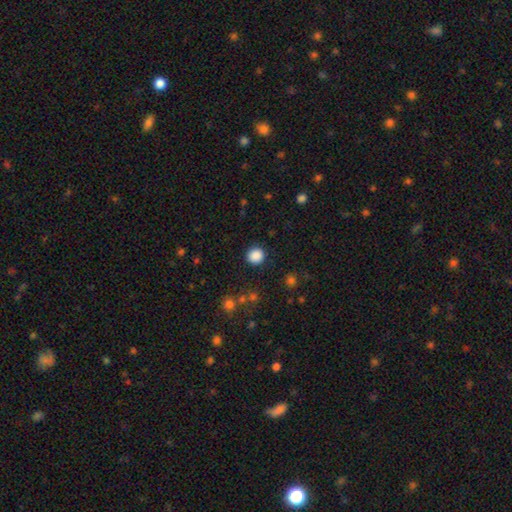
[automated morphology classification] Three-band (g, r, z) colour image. It shows a smooth galaxy with no disk features (88%) that is round (92%). Merging: none (91%).